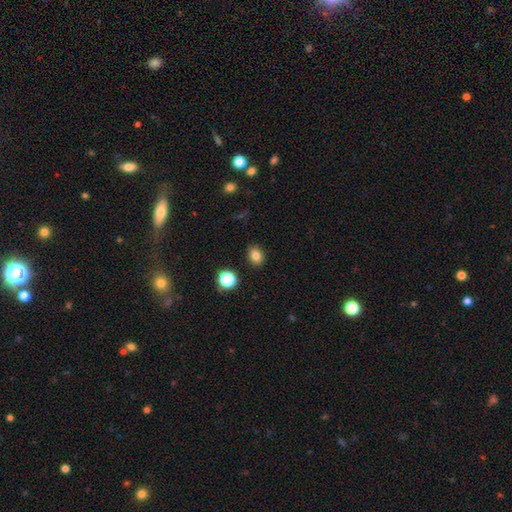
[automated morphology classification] smooth_or_featured: smooth (p=0.81) [alt: star or artifact p=0.12]
how_rounded: in between (p=0.53) [alt: round p=0.46]
merging: none (p=0.88) [alt: minor disturbance p=0.08]